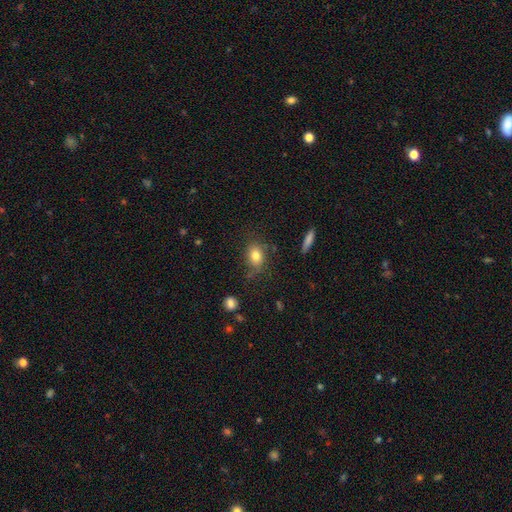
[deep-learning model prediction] smooth_or_featured: smooth (p=0.79) [alt: featured or disk p=0.11]
how_rounded: in between (p=0.64) [alt: round p=0.34]
merging: none (p=0.69) [alt: minor disturbance p=0.20]